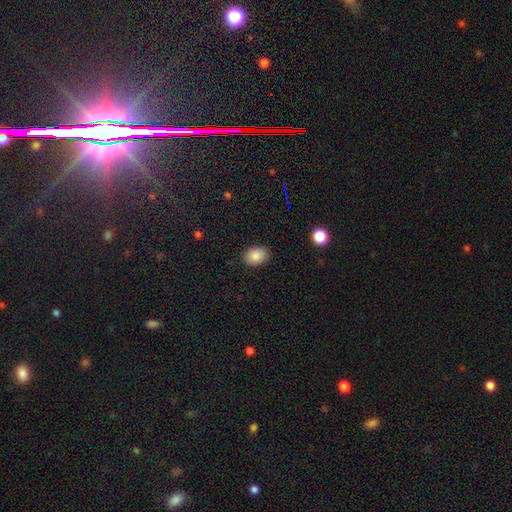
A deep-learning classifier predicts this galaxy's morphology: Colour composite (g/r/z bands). It shows a smooth galaxy with no disk features (87%) that is in between round and cigar-shaped (80%). Merging: none (88%).